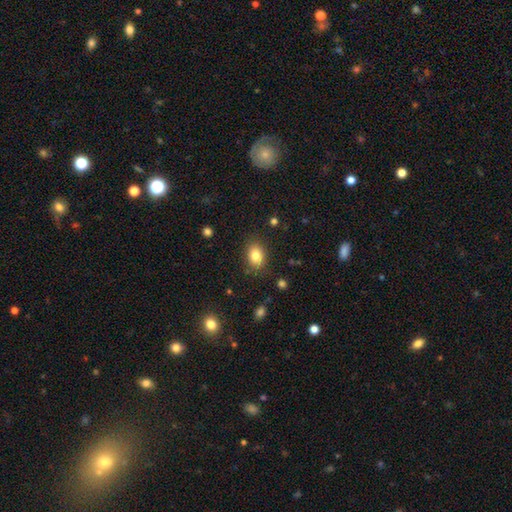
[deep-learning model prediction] Smooth or featured: smooth — 83% (star or artifact — 10%)
How rounded: in between — 71% (round — 27%)
Merging: none — 85% (minor disturbance — 10%)